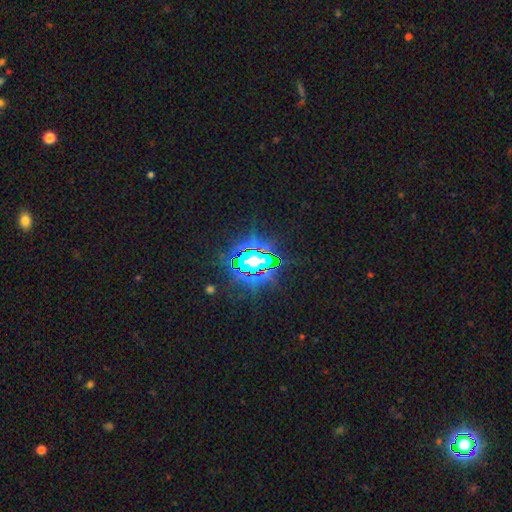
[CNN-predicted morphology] This appears to be a star or artifact, not a galaxy (85%).